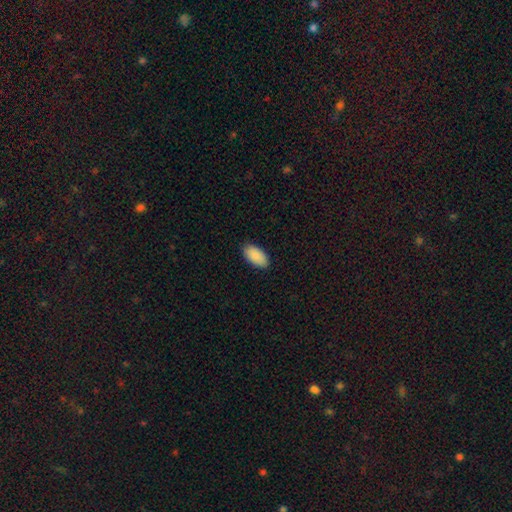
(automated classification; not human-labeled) Overall: smooth (91%). How rounded: in between (95%). Merging: none (88%).